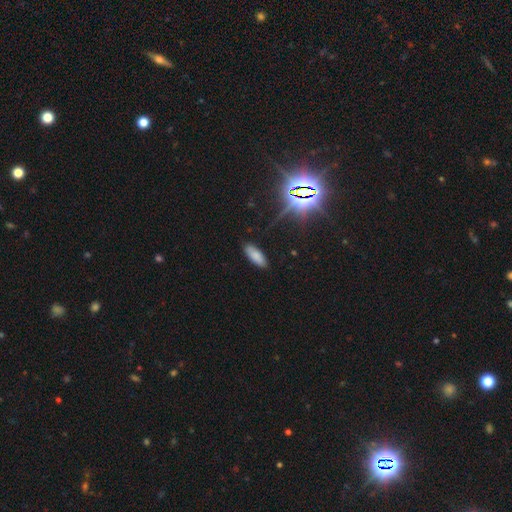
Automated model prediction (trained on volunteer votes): Smooth or featured? Predicted: smooth (p=0.80). How rounded? Predicted: in between (p=0.72). Merging? Predicted: none (p=0.85).